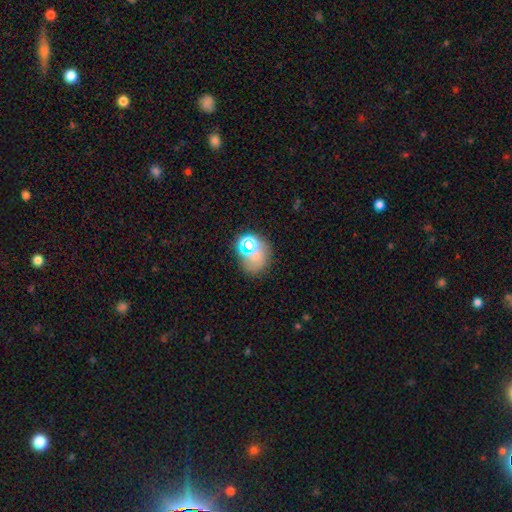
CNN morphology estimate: Q: Smooth or featured?
A: smooth (54%); runner-up: star or artifact (27%)
Q: How rounded?
A: round (53%); runner-up: in between (46%)
Q: Merging?
A: none (60%); runner-up: minor disturbance (17%)